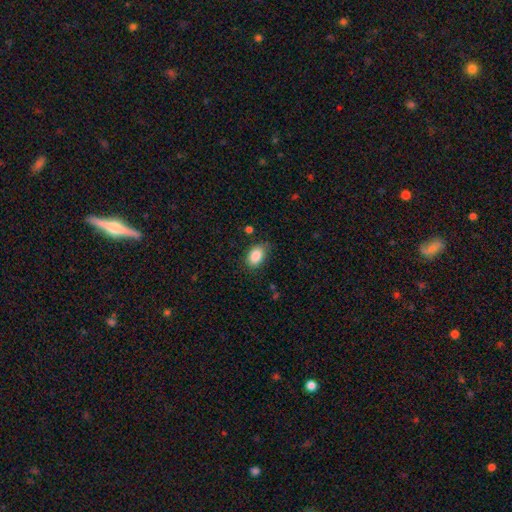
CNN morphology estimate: Overall: smooth (87%). How rounded: in between (87%). Merging: none (77%).